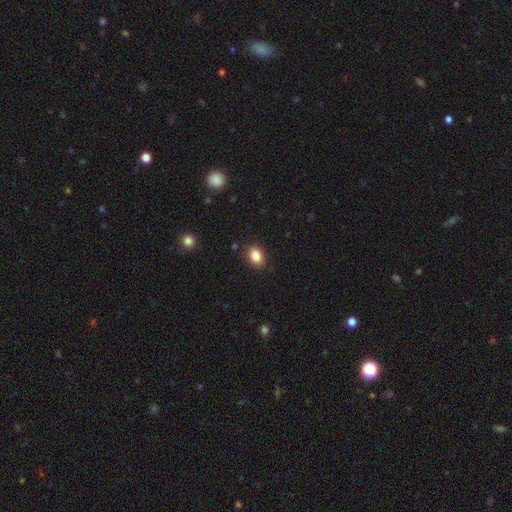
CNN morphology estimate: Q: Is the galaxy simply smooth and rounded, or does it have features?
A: smooth — 85%.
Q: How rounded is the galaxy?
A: in between — 78%.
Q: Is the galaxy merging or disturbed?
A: none — 87%.